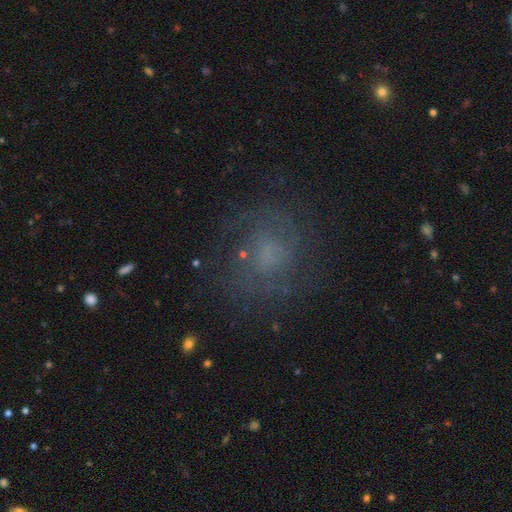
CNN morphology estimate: Smooth or featured? Predicted: featured or disk (p=0.39). Merging? Predicted: none (p=0.74).